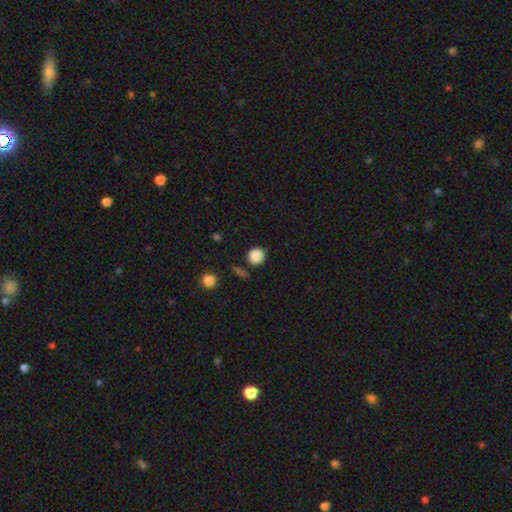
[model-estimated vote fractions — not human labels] This appears to be a smooth galaxy with no disk features (86%) that is round (88%). Merging: none (82%).